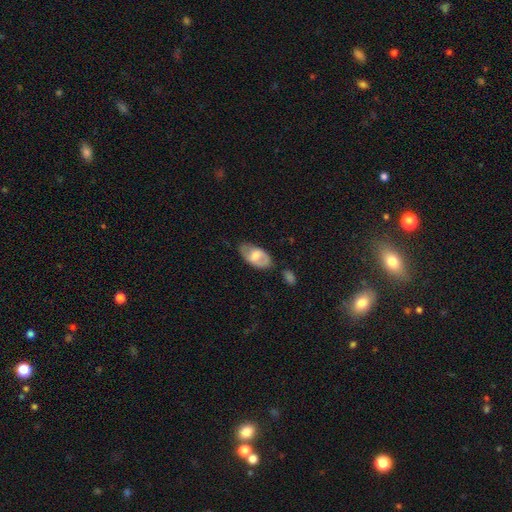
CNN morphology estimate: Smooth or featured? smooth (51%)
How rounded? in between (92%)
Merging? none (63%)